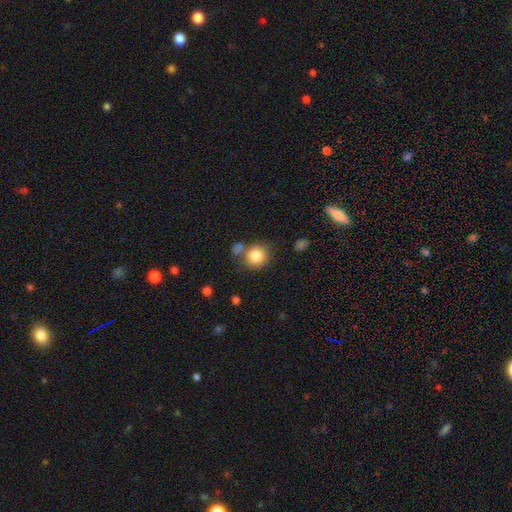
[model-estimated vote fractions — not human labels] Smooth or featured? smooth (84%)
How rounded? round (86%)
Merging? none (68%)